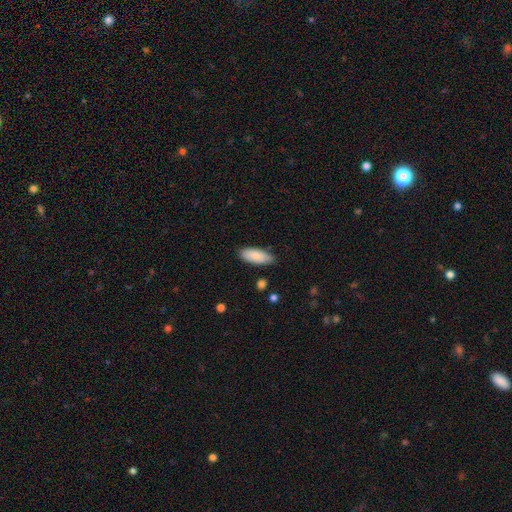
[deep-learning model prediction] A smooth galaxy with no disk features (85%) that is in between round and cigar-shaped (81%).

Vote fractions:
- Smooth or featured? smooth: 85% / featured or disk: 9% / star or artifact: 6%
- How rounded? in between: 81% / cigar-shaped: 17% / round: 2%
- Merging? none: 83% / minor disturbance: 13% / major disturbance: 2% / merger: 2%